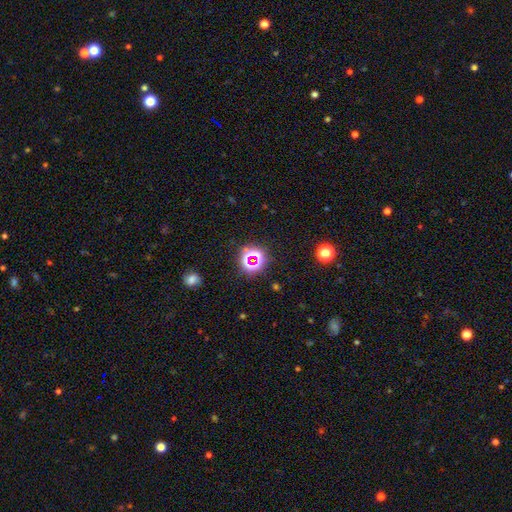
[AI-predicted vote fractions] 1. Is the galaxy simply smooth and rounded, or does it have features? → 65% star or artifact, 25% smooth, 10% featured or disk.